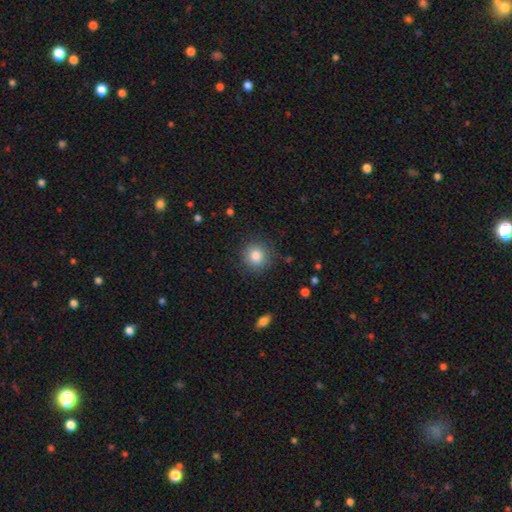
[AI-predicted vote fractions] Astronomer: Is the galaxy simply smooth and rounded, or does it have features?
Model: smooth — 84%.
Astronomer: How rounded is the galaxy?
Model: round — 92%.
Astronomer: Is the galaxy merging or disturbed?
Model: none — 86%.